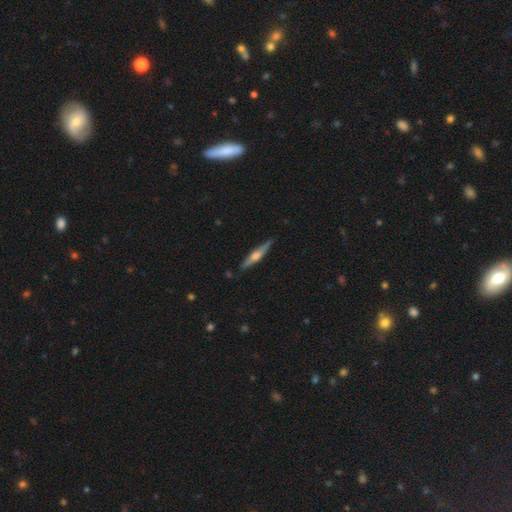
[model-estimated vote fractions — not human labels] smooth_or_featured: featured or disk (p=0.66) [alt: smooth p=0.28]
disk_edge_on: yes (p=0.97) [alt: no p=0.03]
edge_on_bulge: rounded (p=0.86) [alt: boxy p=0.08]
merging: none (p=0.87) [alt: minor disturbance p=0.10]